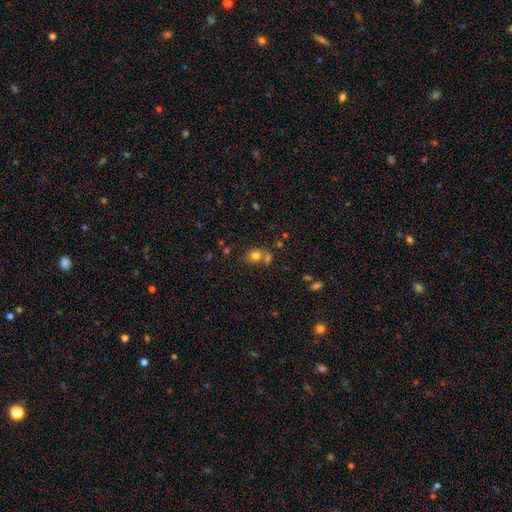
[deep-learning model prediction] Smooth or featured? smooth (77%)
How rounded? round (62%)
Merging? none (53%)